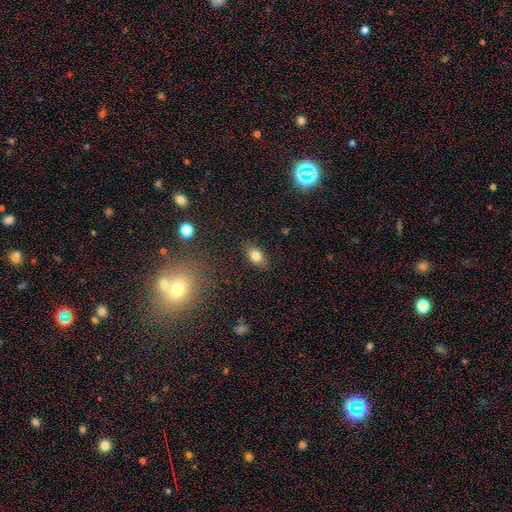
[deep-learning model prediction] smooth 80%, featured or disk 11%, star or artifact 9%. Down the decision tree: how rounded — in between (84%); merging — none (86%).